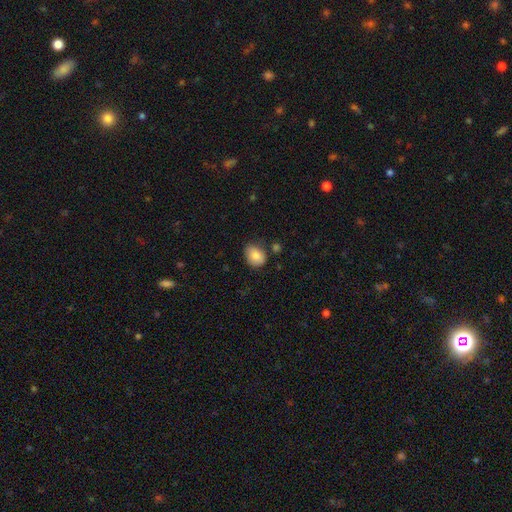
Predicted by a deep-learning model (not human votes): A smooth galaxy with no disk features (82%) that is in between round and cigar-shaped (54%).

Vote fractions:
- Smooth or featured? smooth: 82% / featured or disk: 9% / star or artifact: 8%
- How rounded? in between: 54% / round: 45% / cigar-shaped: 1%
- Merging? none: 69% / minor disturbance: 23% / major disturbance: 4% / merger: 4%